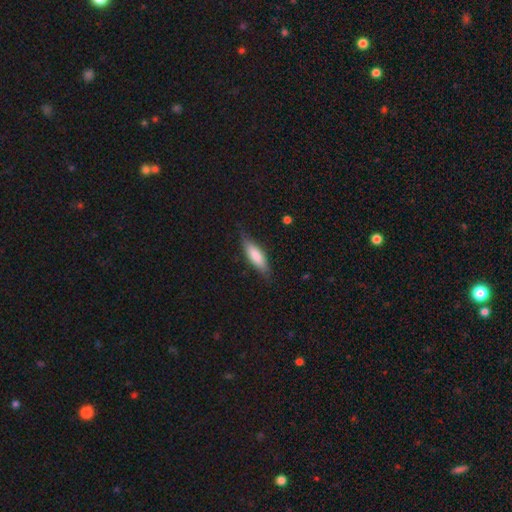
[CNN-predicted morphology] smooth 77%, featured or disk 18%, star or artifact 6%. Down the decision tree: how rounded — cigar-shaped (51%); merging — none (78%).